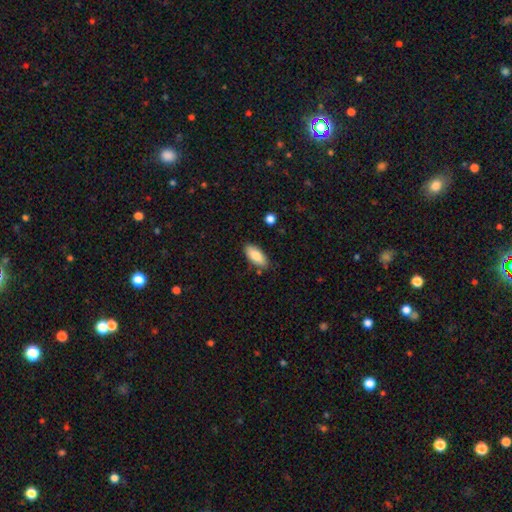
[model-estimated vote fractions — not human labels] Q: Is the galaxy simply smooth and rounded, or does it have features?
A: smooth — 82%.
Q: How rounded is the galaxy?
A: in between — 84%.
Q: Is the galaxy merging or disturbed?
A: none — 83%.